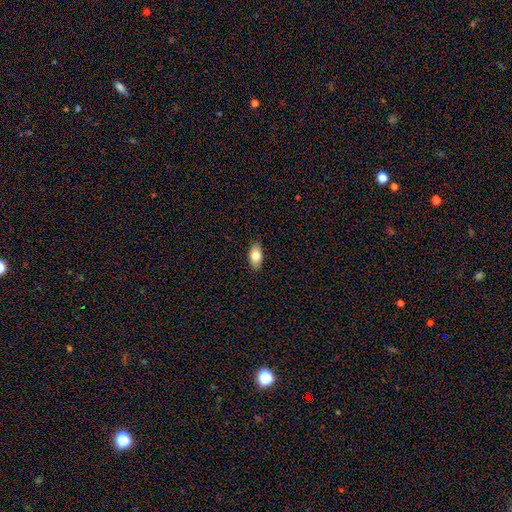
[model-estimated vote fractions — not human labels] Overall: smooth (83%). How rounded: in between (92%). Merging: none (88%).